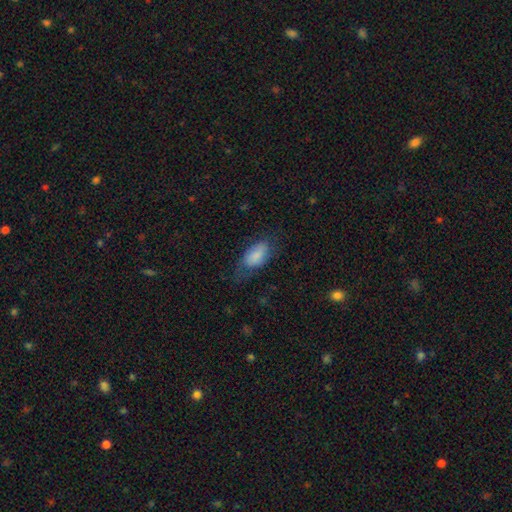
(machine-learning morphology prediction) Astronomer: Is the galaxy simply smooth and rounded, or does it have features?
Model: smooth — 79%.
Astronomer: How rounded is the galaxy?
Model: in between — 93%.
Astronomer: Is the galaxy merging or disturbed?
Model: none — 49% (runner-up: minor disturbance, 29%).